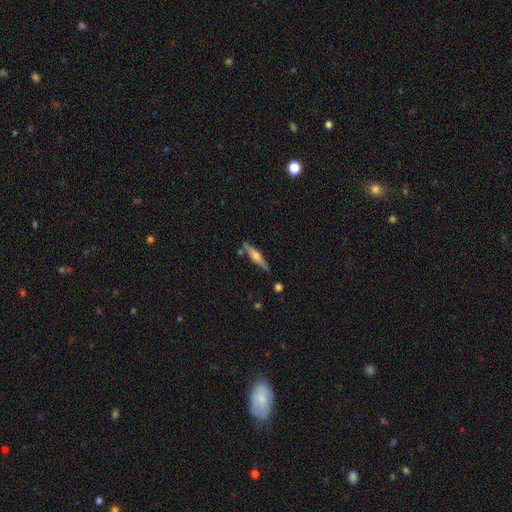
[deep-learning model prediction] Smooth or featured? Predicted: featured or disk (p=0.52). Edge-on disk? Predicted: yes (p=0.94). Merging? Predicted: none (p=0.79).